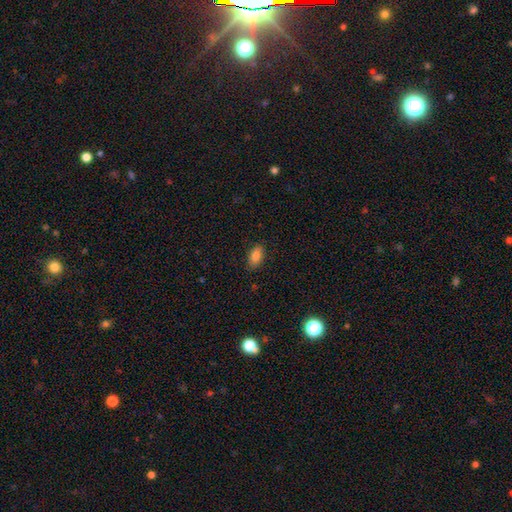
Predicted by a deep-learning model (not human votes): Smooth or featured?
  - smooth: 85% *
  - star or artifact: 8%
  - featured or disk: 7%
How rounded?
  - in between: 91% *
  - cigar-shaped: 5%
  - round: 5%
Merging?
  - none: 85% *
  - minor disturbance: 11%
  - major disturbance: 3%
  - merger: 1%